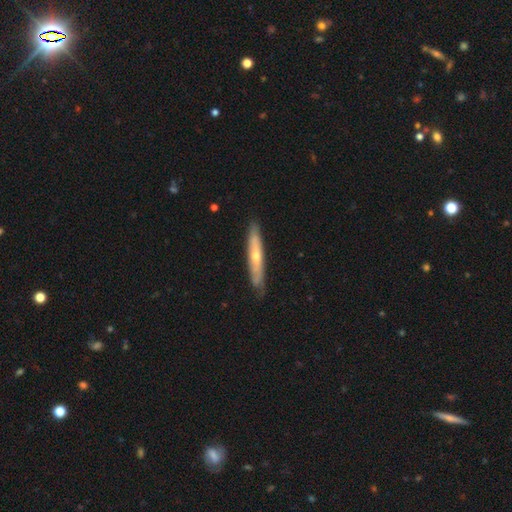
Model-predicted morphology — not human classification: This is possibly a featured or disk galaxy (53%). It is likely viewed edge-on (79%). Merging: clearly none (82%).